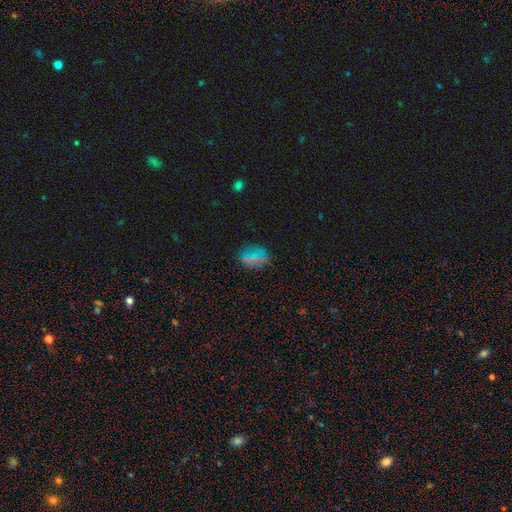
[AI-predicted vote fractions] This is possibly a smooth galaxy (60%). How rounded: possibly in between (50%). Merging: clearly none (84%).